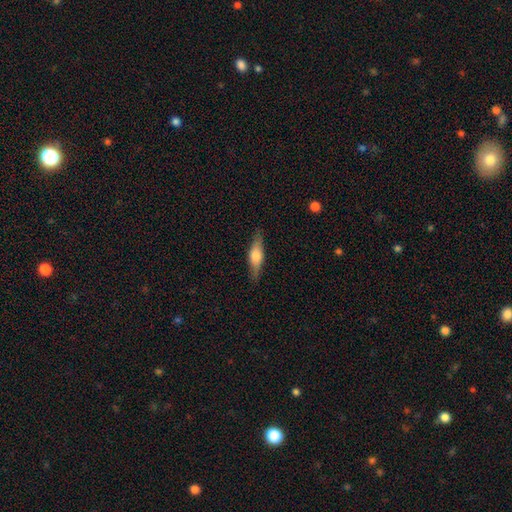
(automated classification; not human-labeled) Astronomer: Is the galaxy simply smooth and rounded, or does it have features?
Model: smooth — 48% (runner-up: featured or disk, 46%).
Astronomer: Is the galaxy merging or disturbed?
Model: none — 85%.